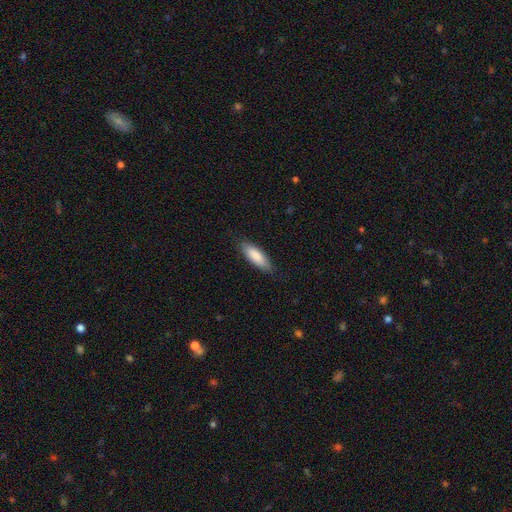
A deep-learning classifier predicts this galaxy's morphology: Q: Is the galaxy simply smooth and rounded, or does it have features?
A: smooth — 86%.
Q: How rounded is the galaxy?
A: in between — 63%.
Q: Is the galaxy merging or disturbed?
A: none — 84%.